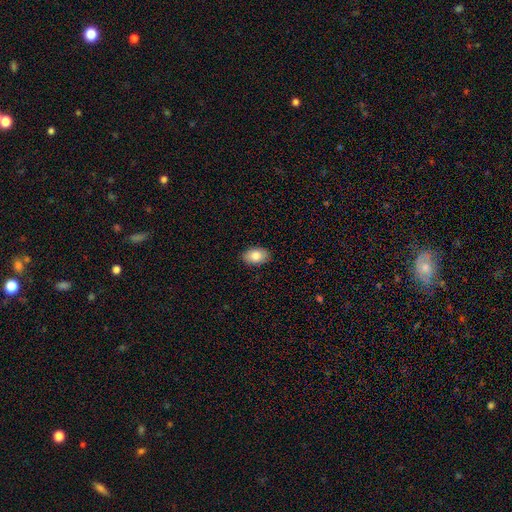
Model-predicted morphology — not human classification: Smooth or featured? smooth (82%)
How rounded? in between (90%)
Merging? none (89%)